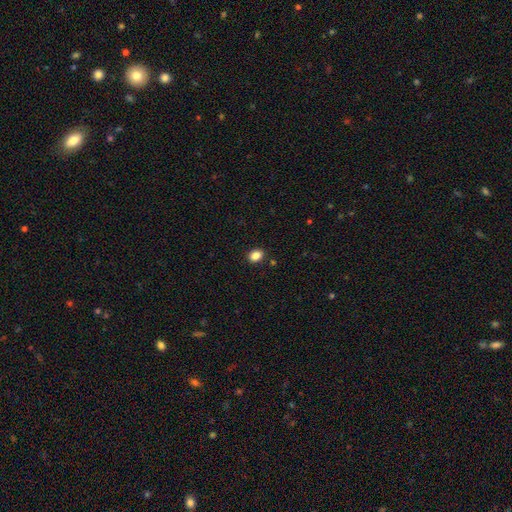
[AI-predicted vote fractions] Smooth or featured: smooth — 85% (star or artifact — 10%)
How rounded: in between — 68% (round — 31%)
Merging: none — 88% (minor disturbance — 8%)